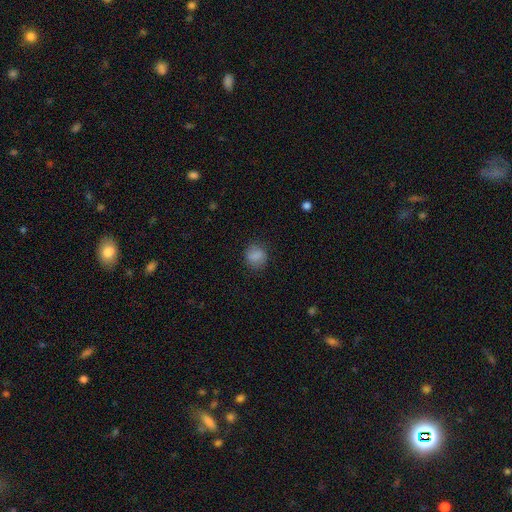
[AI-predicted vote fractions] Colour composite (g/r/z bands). It shows a smooth galaxy with no disk features (82%) that is round (72%). Merging: none (81%).